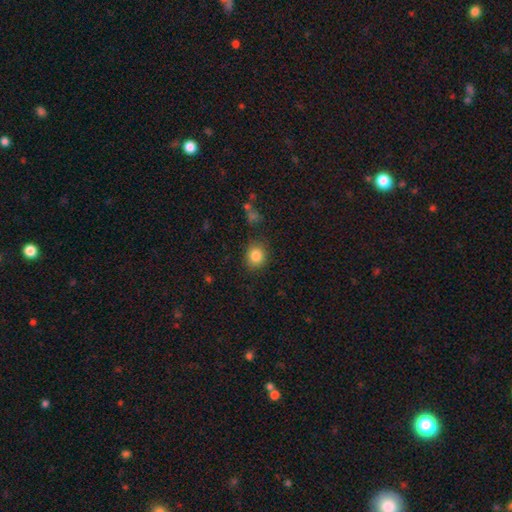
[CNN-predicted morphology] A smooth galaxy with no disk features (84%) that is round (77%).

Vote fractions:
- Smooth or featured? smooth: 84% / star or artifact: 10% / featured or disk: 6%
- How rounded? round: 77% / in between: 22% / cigar-shaped: 1%
- Merging? none: 85% / minor disturbance: 10% / major disturbance: 3% / merger: 2%